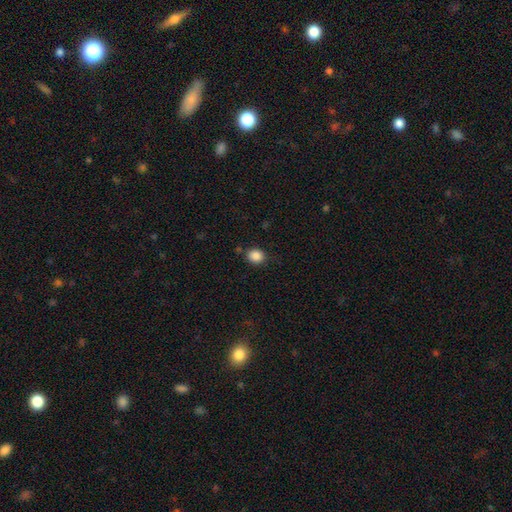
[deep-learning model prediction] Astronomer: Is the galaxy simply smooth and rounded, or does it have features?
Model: smooth — 87%.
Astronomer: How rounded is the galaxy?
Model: round — 69%.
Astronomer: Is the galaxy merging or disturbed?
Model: none — 81%.